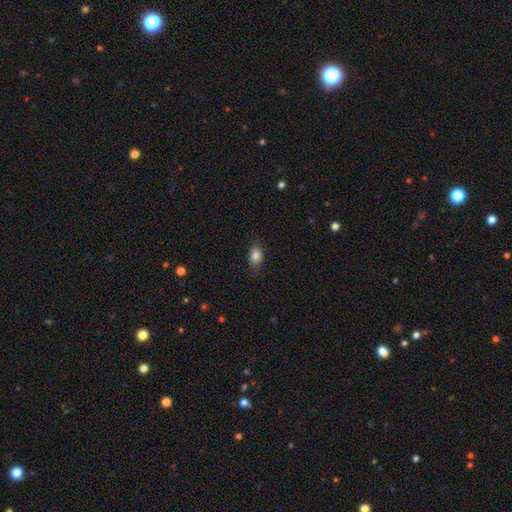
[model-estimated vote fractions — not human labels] This is clearly a smooth galaxy (84%). How rounded: clearly in between (85%). Merging: clearly none (83%).